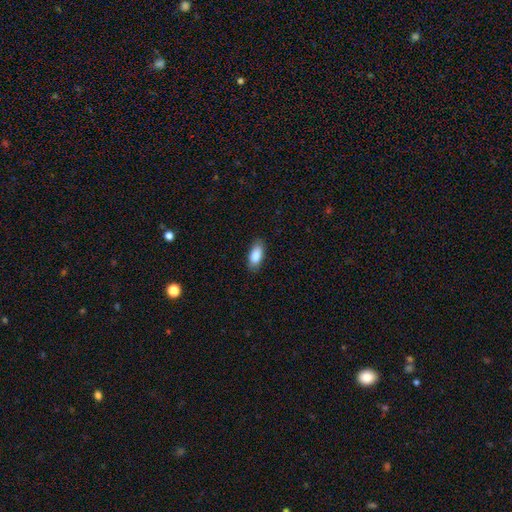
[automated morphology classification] smooth_or_featured: smooth (p=0.87) [alt: featured or disk p=0.07]
how_rounded: in between (p=0.86) [alt: cigar-shaped p=0.11]
merging: none (p=0.85) [alt: minor disturbance p=0.12]